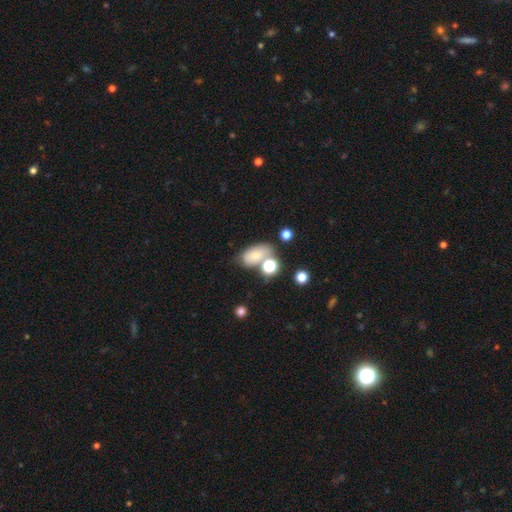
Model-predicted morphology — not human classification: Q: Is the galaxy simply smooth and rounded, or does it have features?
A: smooth — 70%.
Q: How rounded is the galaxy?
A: in between — 86%.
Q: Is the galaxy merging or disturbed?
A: none — 49%.